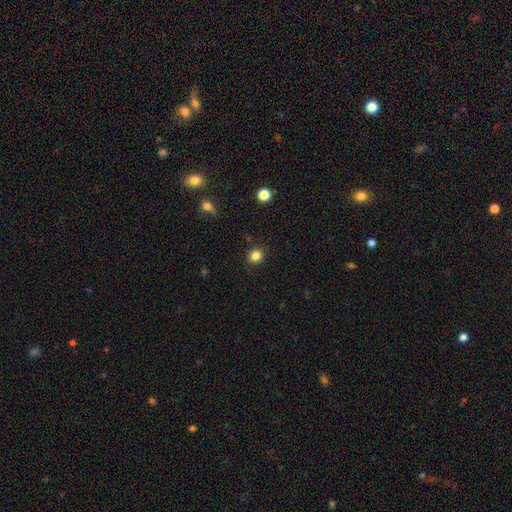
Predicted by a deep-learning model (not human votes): Smooth or featured: smooth — 84% (star or artifact — 12%)
How rounded: round — 86% (in between — 13%)
Merging: none — 90% (minor disturbance — 7%)